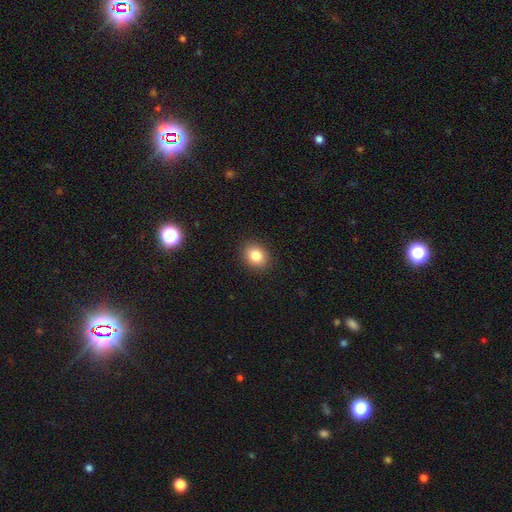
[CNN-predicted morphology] Smooth or featured? smooth (83%)
How rounded? round (64%)
Merging? none (90%)